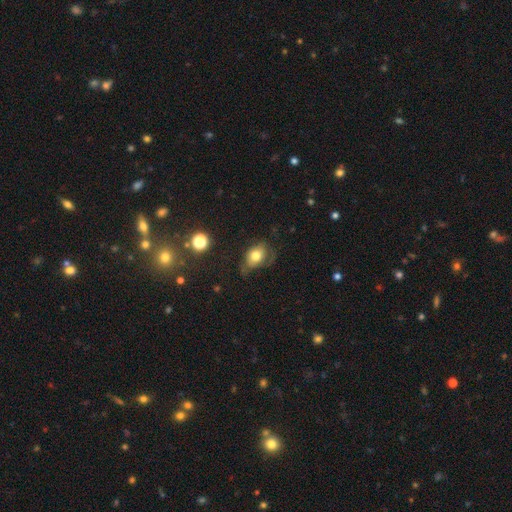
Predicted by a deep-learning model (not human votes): This is likely a smooth galaxy (70%). How rounded: likely in between (70%). Merging: marginally none (37%).